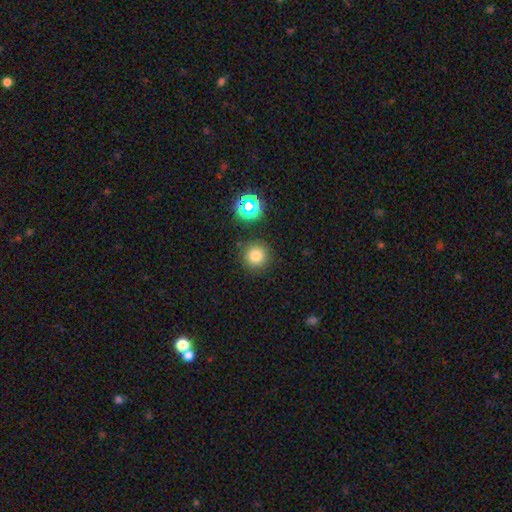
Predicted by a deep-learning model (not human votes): Q: Smooth or featured?
A: smooth (76%); runner-up: star or artifact (17%)
Q: How rounded?
A: round (95%); runner-up: in between (4%)
Q: Merging?
A: none (86%); runner-up: minor disturbance (8%)